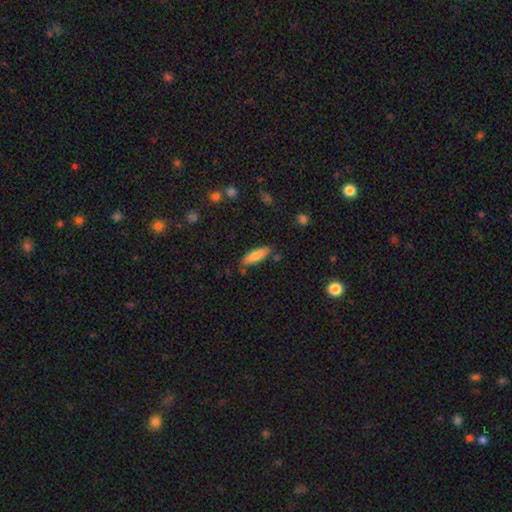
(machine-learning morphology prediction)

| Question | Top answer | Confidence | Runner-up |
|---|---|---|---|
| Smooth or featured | smooth | 78% | featured or disk (16%) |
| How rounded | cigar-shaped | 56% | in between (43%) |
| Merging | none | 79% | minor disturbance (14%) |